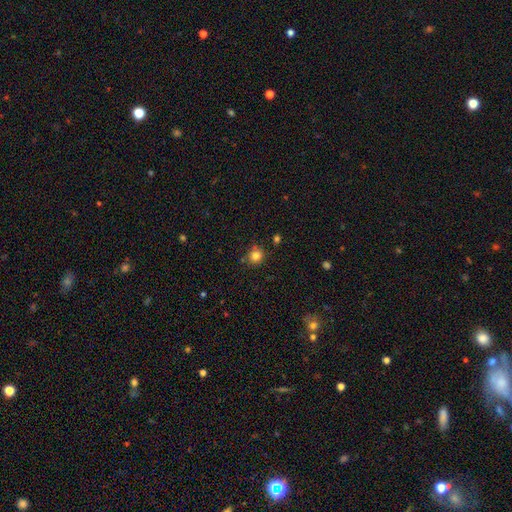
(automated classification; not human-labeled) A smooth galaxy with no disk features (82%) that is round (87%). Merging: none (80%).